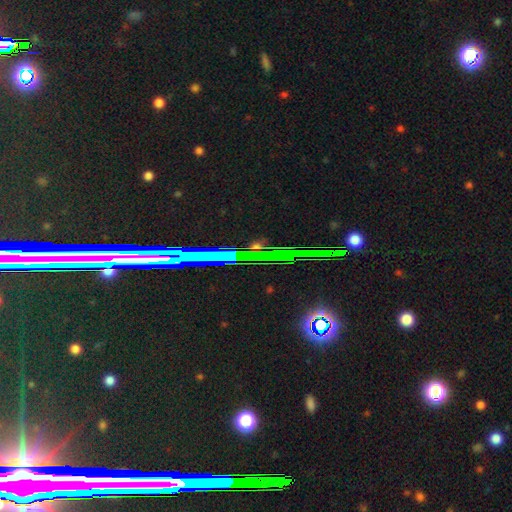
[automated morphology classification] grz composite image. It shows a star or artifact, not a galaxy (74%).